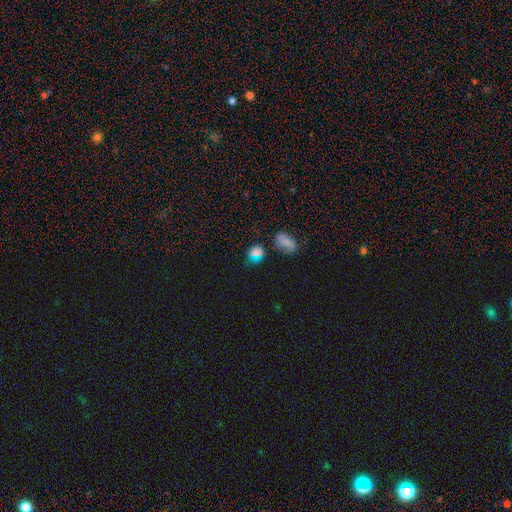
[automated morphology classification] Smooth or featured?
  - smooth: 59% *
  - star or artifact: 33%
  - featured or disk: 8%
How rounded?
  - round: 57% *
  - in between: 40%
  - cigar-shaped: 2%
Merging?
  - none: 74% *
  - minor disturbance: 15%
  - merger: 6%
  - major disturbance: 5%